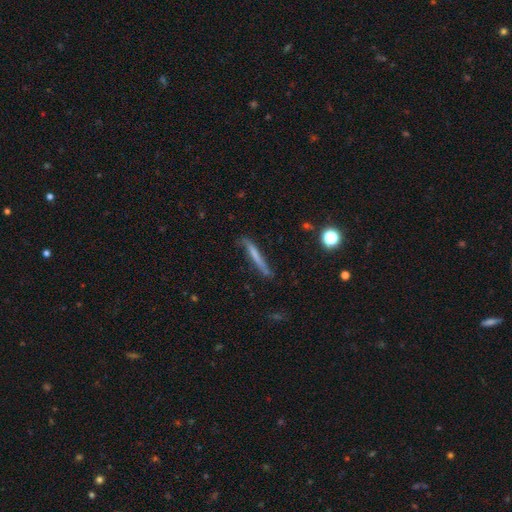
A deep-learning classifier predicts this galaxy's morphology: A smooth galaxy with no disk features (54%) that is cigar-shaped (95%).

Vote fractions:
- Smooth or featured? smooth: 54% / featured or disk: 38% / star or artifact: 9%
- How rounded? cigar-shaped: 95% / in between: 4% / round: 2%
- Merging? none: 71% / minor disturbance: 20% / major disturbance: 5% / merger: 3%